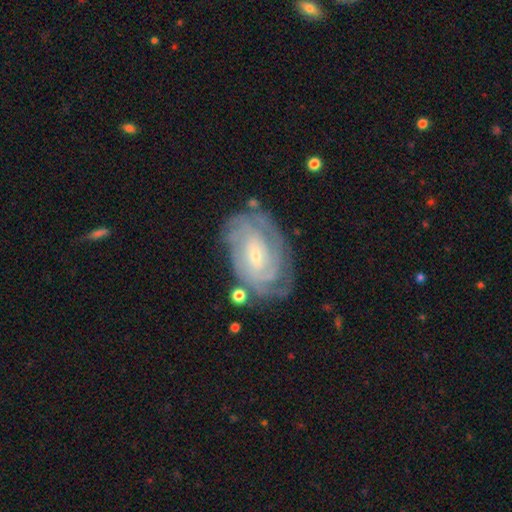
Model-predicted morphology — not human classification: A featured or disk galaxy (85%) with no bar (45%), tight (75%) spiral arms (96%) and a small central bulge (75%). Merging: none (71%).